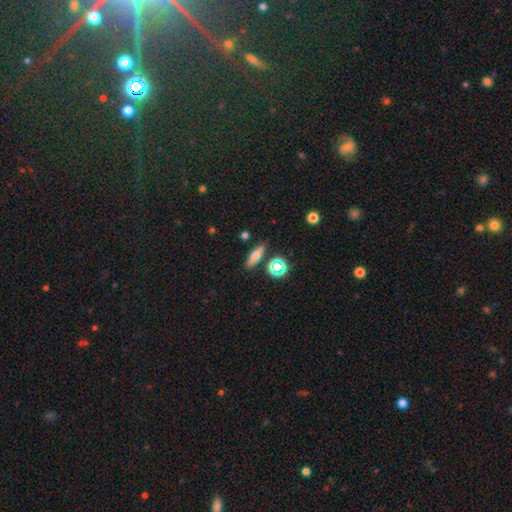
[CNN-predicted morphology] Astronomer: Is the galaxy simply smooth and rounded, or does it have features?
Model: smooth — 61%.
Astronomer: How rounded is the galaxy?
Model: cigar-shaped — 48% (runner-up: in between, 43%).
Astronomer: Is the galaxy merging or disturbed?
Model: none — 83%.